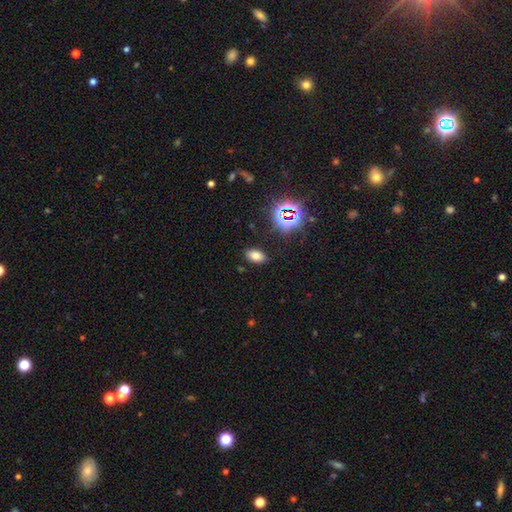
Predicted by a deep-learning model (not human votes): smooth_or_featured: smooth (p=0.71) [alt: star or artifact p=0.21]
how_rounded: in between (p=0.90) [alt: round p=0.08]
merging: none (p=0.86) [alt: minor disturbance p=0.09]